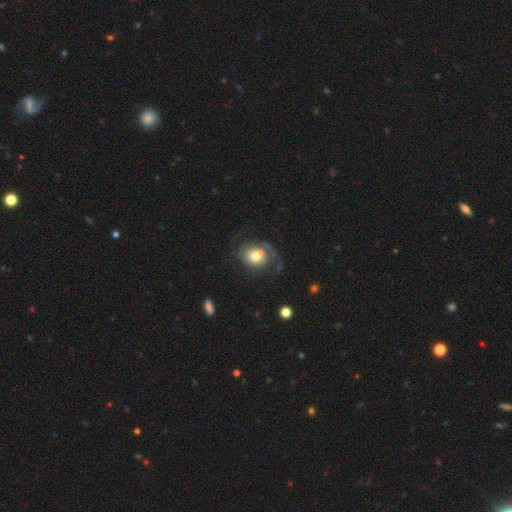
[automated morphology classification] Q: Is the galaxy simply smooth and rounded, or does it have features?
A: featured or disk — 51%.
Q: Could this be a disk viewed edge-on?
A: no — 97%.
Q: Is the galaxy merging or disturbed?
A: none — 44%.